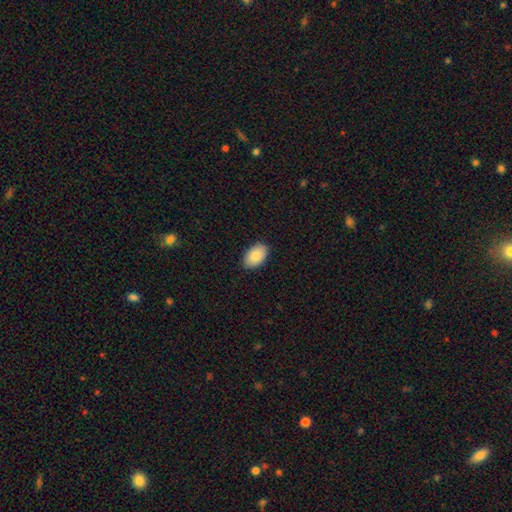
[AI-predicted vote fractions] A smooth galaxy with no disk features (87%) that is in between round and cigar-shaped (93%).

Vote fractions:
- Smooth or featured? smooth: 87% / featured or disk: 7% / star or artifact: 6%
- How rounded? in between: 93% / round: 6% / cigar-shaped: 1%
- Merging? none: 88% / minor disturbance: 9% / major disturbance: 2% / merger: 1%